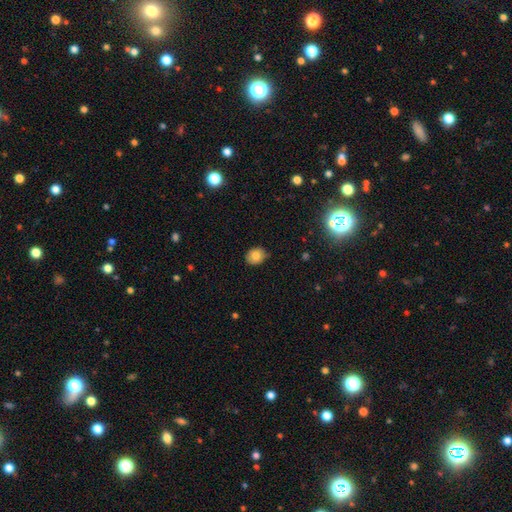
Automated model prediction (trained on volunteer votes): This is likely a smooth galaxy (79%). How rounded: possibly round (53%). Merging: clearly none (81%).